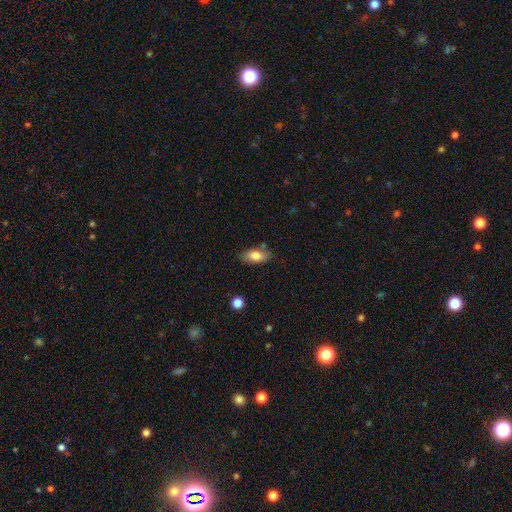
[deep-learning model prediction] Overall: smooth (80%). How rounded: in between (89%). Merging: none (76%).